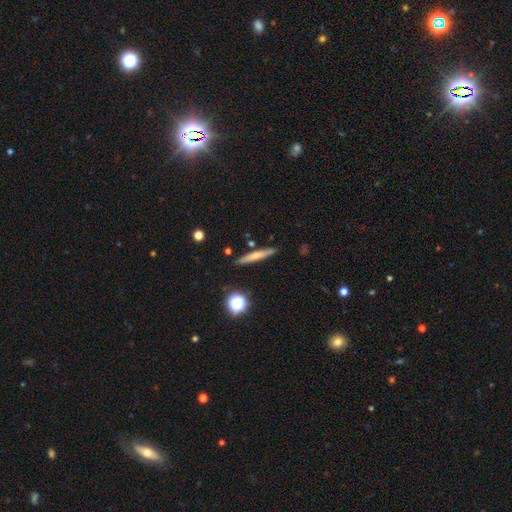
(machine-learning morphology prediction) smooth 58%, featured or disk 34%, star or artifact 8%. Down the decision tree: how rounded — cigar-shaped (93%); merging — none (87%).